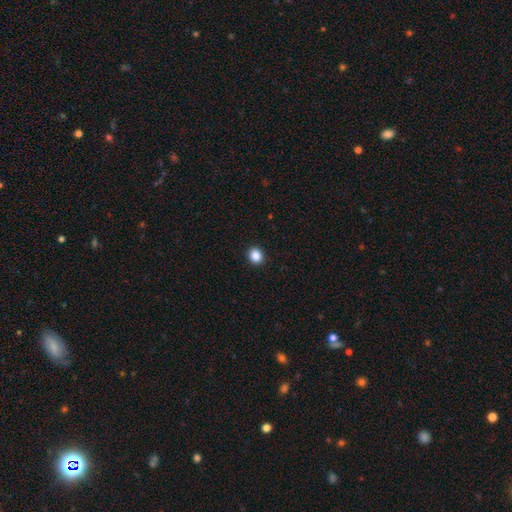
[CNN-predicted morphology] type=smooth (87%); roundness=round (82%); merging=none (93%).